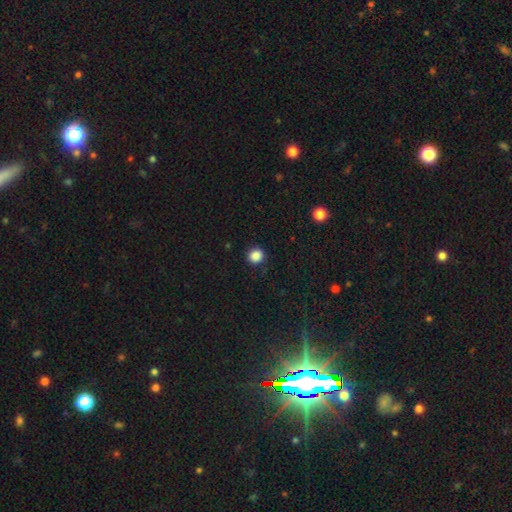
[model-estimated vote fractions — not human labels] smooth-or-featured: smooth: 87% | star or artifact: 11% | featured or disk: 2%
  how-rounded: round: 89% | in between: 10% | cigar-shaped: 1%
  merging: none: 90% | minor disturbance: 7% | major disturbance: 2% | merger: 1%